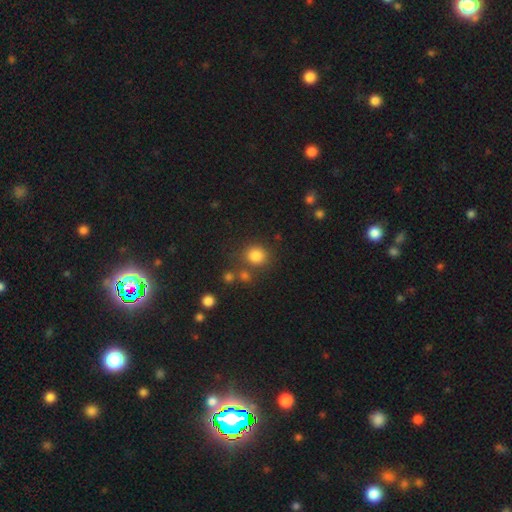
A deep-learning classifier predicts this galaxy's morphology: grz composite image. It shows a smooth galaxy with no disk features (82%) that is round (85%). Merging: none (74%).